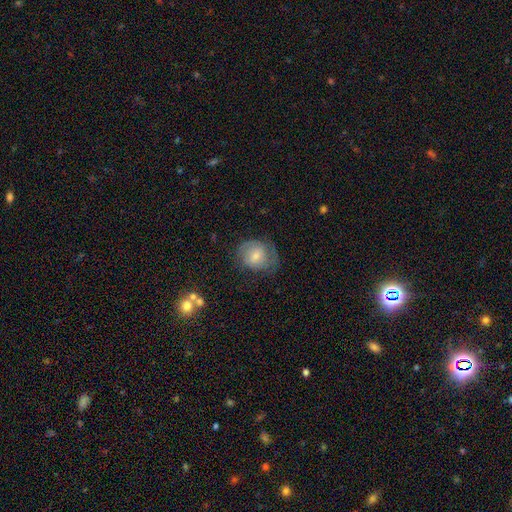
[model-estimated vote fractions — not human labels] This is possibly a smooth galaxy (53%). How rounded: likely round (60%). Merging: possibly none (51%).